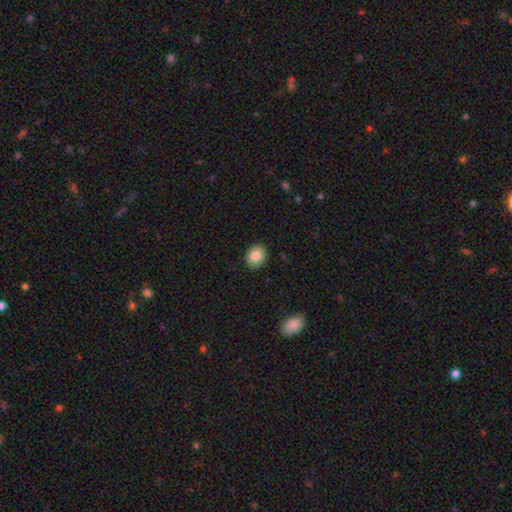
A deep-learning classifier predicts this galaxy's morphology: The model was most divided on "how rounded": round: 60%, in between: 39%, cigar-shaped: 1%. More confident: merging — none (89%); smooth or featured — smooth (83%).